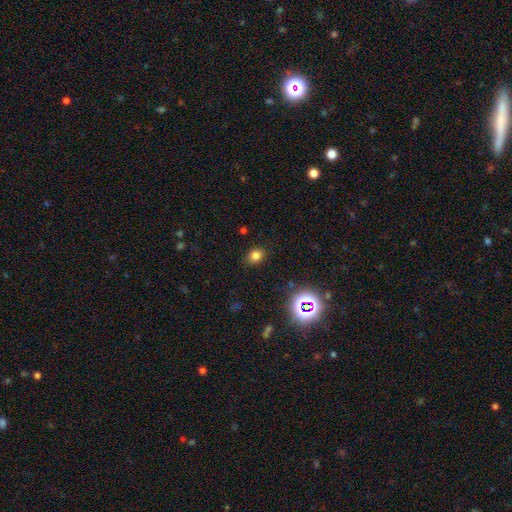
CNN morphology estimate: This appears to be a smooth galaxy with no disk features (77%) that is round (51%). Merging: none (86%).